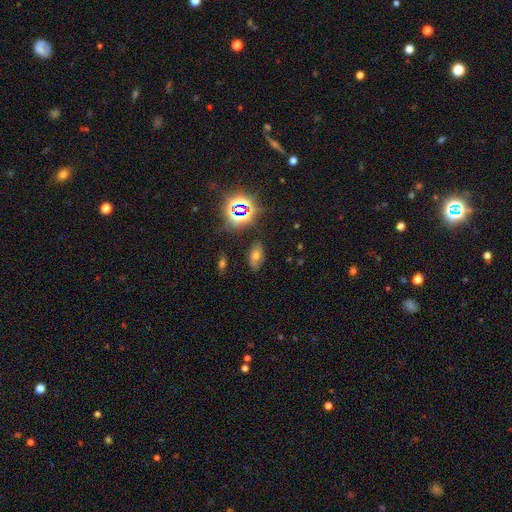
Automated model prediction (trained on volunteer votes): smooth 46%, star or artifact 37%, featured or disk 18%. Down the decision tree: merging — none (81%).